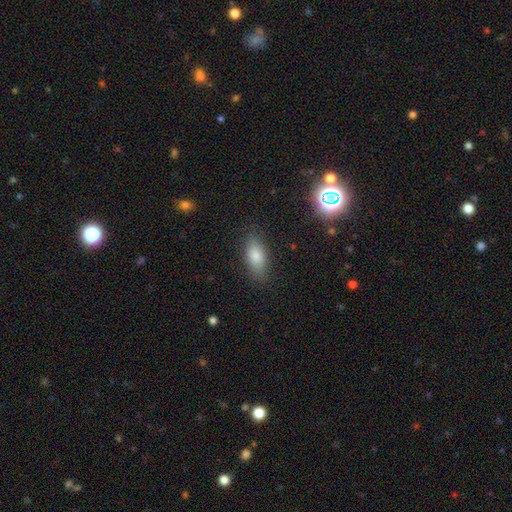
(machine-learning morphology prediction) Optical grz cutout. It shows a smooth galaxy with no disk features (77%) that is in between round and cigar-shaped (82%). Merging: none (84%).